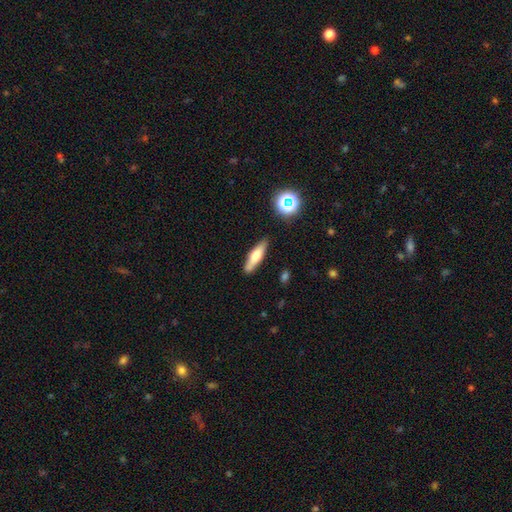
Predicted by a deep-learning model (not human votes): The model was most divided on "smooth or featured": smooth: 58%, featured or disk: 34%, star or artifact: 8%. More confident: merging — none (83%); how rounded — cigar-shaped (68%).